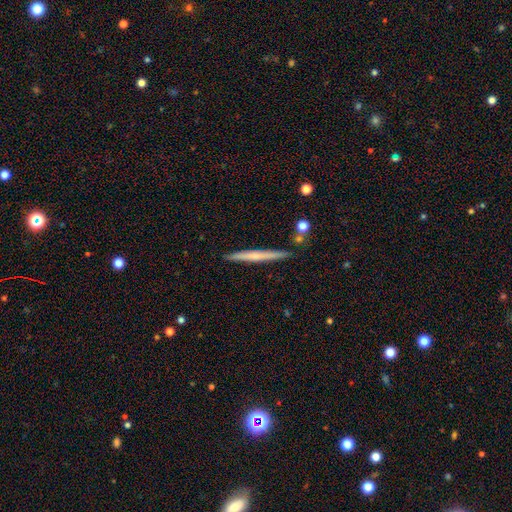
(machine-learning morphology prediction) Overall: smooth (49%; featured or disk 45%). Merging: none (89%).